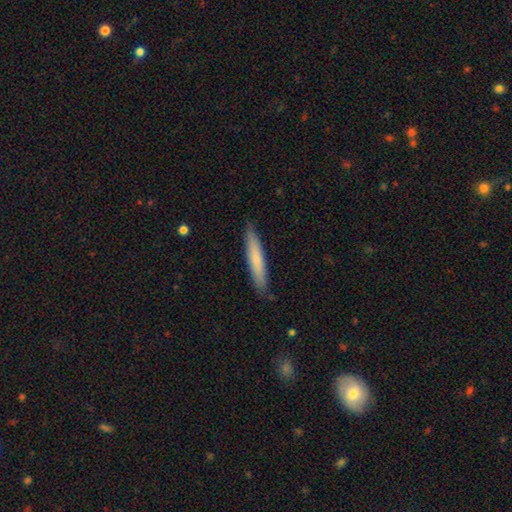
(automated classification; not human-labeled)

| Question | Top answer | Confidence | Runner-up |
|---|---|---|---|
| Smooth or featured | smooth | 66% | featured or disk (28%) |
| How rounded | cigar-shaped | 94% | in between (5%) |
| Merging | none | 89% | minor disturbance (9%) |